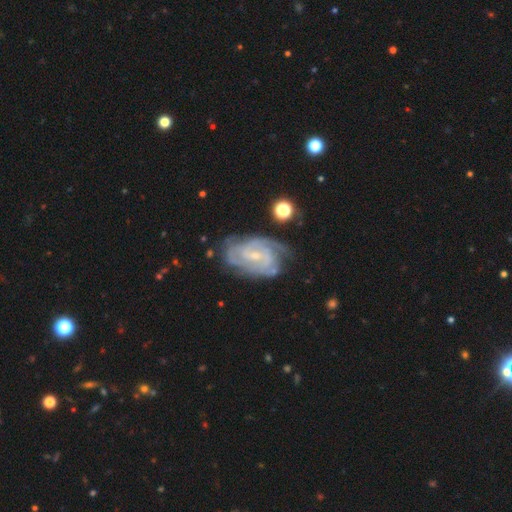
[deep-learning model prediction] Smooth or featured? featured or disk (86%)
Edge-on disk? no (97%)
Bar? weak (44%)
Spiral arms? yes (96%)
Spiral winding? tight (62%)
Spiral arm count? can't tell (29%)
Bulge size? small (72%)
Merging? none (66%)